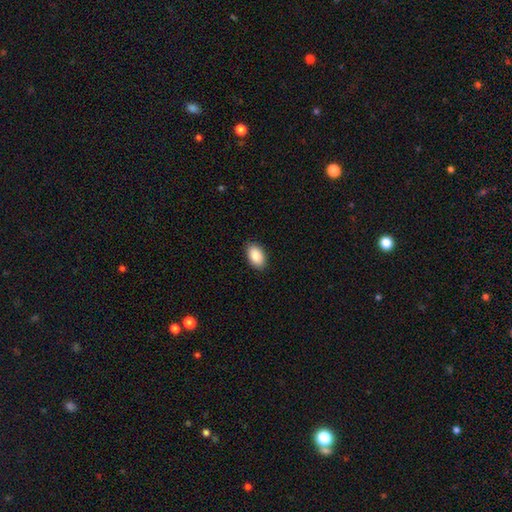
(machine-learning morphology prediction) Smooth or featured?
  - smooth: 90% *
  - star or artifact: 6%
  - featured or disk: 4%
How rounded?
  - in between: 94% *
  - round: 5%
  - cigar-shaped: 1%
Merging?
  - none: 89% *
  - minor disturbance: 8%
  - major disturbance: 2%
  - merger: 1%